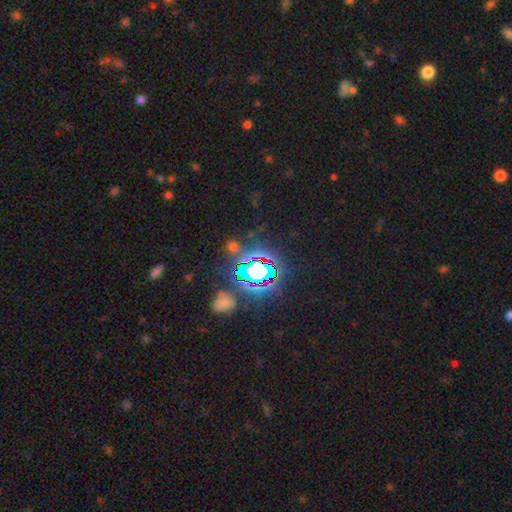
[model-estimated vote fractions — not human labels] A star or artifact, not a galaxy (81%).